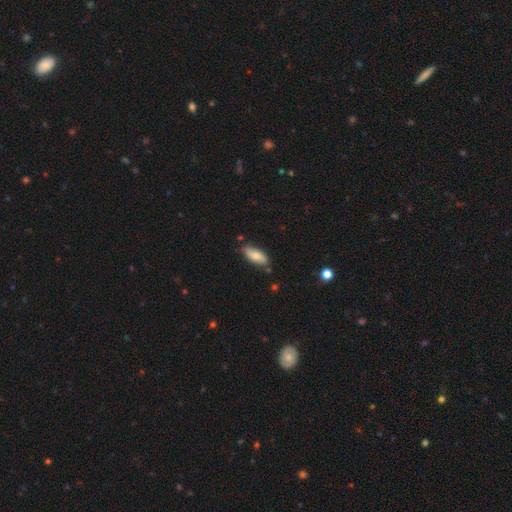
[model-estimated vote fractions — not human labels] This is likely a smooth galaxy (75%). How rounded: clearly in between (82%). Merging: likely none (75%).